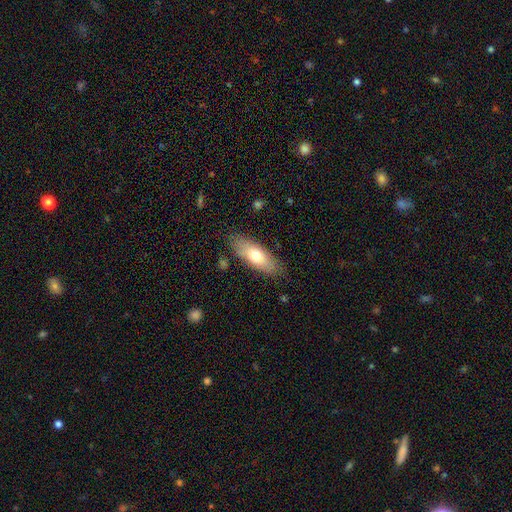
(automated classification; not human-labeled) smooth-or-featured: smooth: 68% | featured or disk: 26% | star or artifact: 6%
  how-rounded: in between: 69% | cigar-shaped: 29% | round: 2%
  merging: none: 82% | minor disturbance: 13% | major disturbance: 3% | merger: 2%